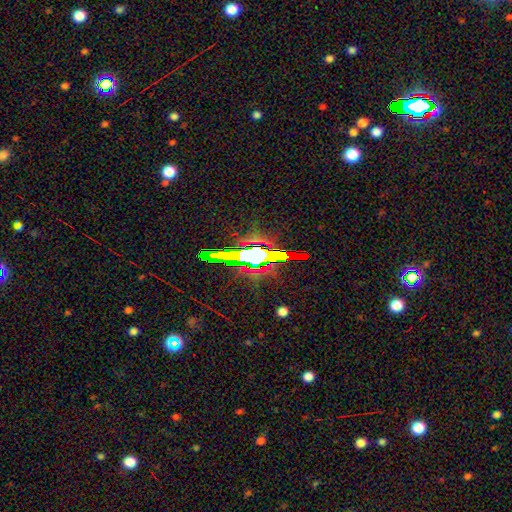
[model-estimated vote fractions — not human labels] Smooth or featured? star or artifact (62%)